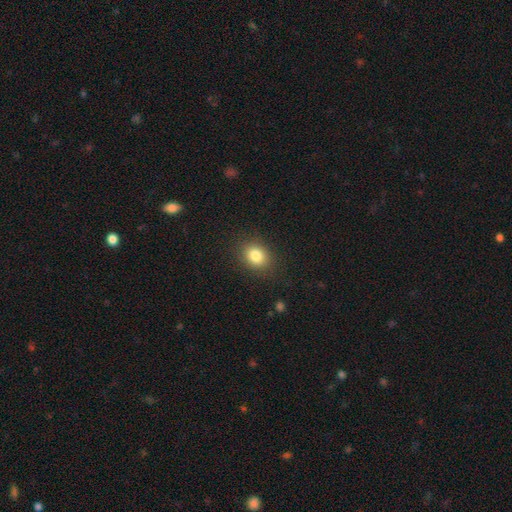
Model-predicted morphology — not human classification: This is clearly a smooth galaxy (83%). How rounded: possibly round (51%). Merging: clearly none (86%).